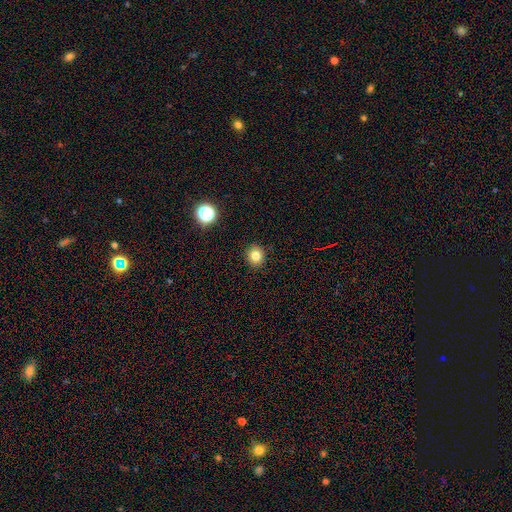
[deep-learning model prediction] Morphology: type=smooth (81%); roundness=round (85%); merging=none (91%).